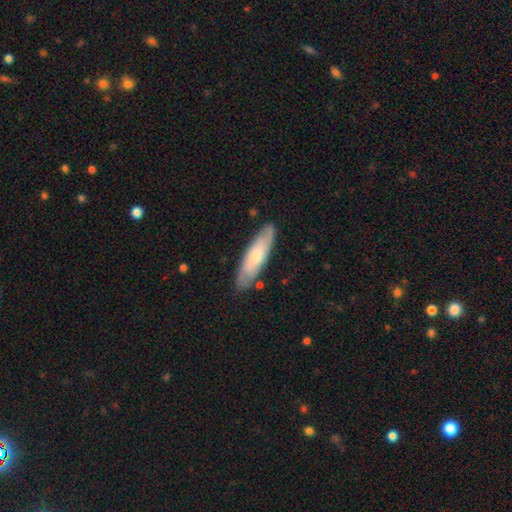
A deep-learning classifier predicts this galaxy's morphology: This appears to be a smooth galaxy with no disk features (54%) that is cigar-shaped (63%). Merging: none (83%).